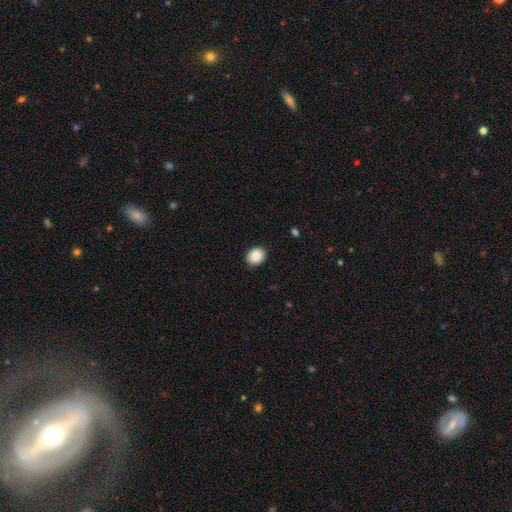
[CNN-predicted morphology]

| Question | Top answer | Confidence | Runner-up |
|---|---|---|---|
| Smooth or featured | smooth | 88% | star or artifact (8%) |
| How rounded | round | 52% | in between (47%) |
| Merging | none | 89% | minor disturbance (8%) |